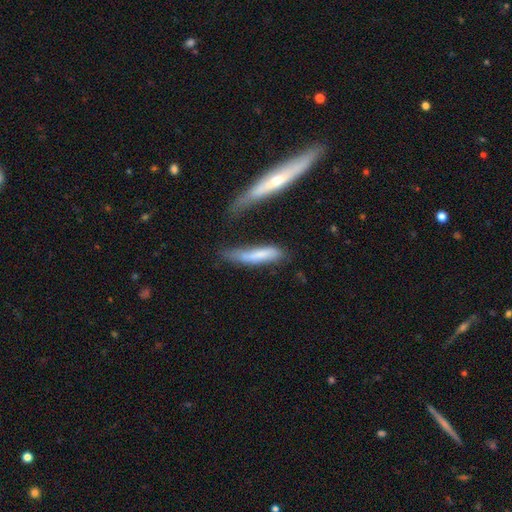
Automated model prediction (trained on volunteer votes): Overall: smooth (62%; featured or disk 31%). How rounded: cigar-shaped (81%). Merging: none (45%; minor disturbance 30%).